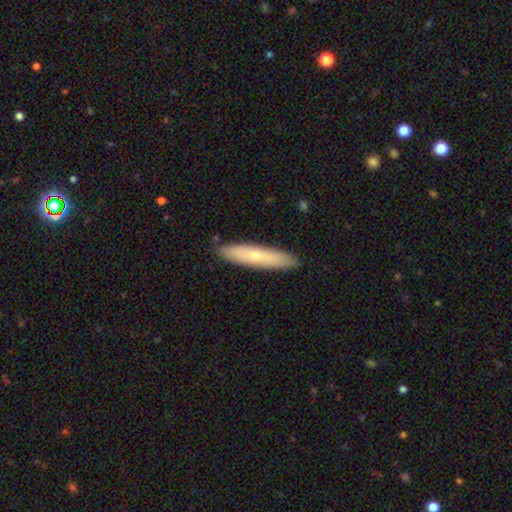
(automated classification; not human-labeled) Smooth or featured? Predicted: smooth (p=0.63). How rounded? Predicted: cigar-shaped (p=0.87). Merging? Predicted: none (p=0.89).